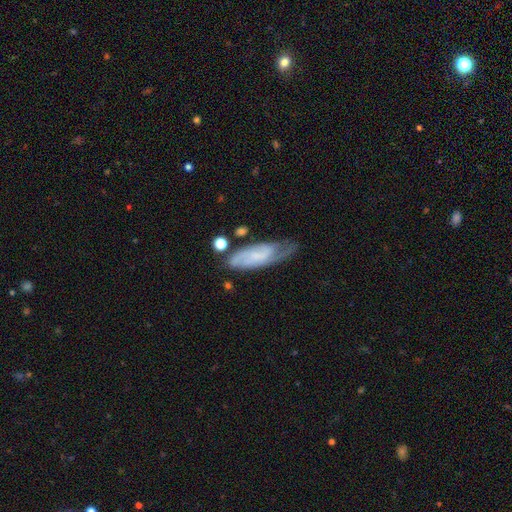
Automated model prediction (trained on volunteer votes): The model was most divided on "bulge size": small: 50%, none: 34%, moderate: 13%, large: 2%, dominant: 1%. More confident: spiral arms — yes (87%); edge-on disk — no (84%); smooth or featured — featured or disk (61%); bar — no (58%); merging — none (53%).